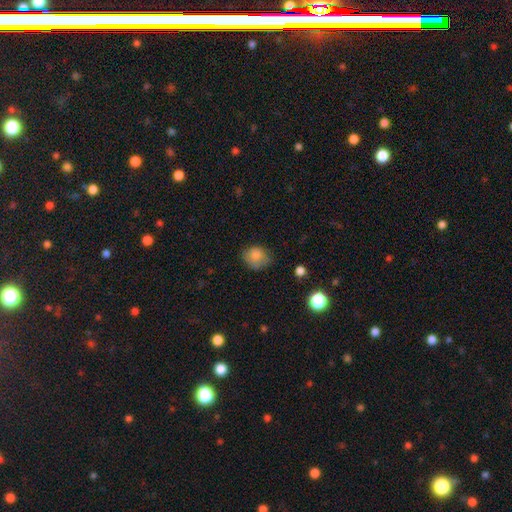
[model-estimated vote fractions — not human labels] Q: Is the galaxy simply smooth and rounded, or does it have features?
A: smooth — 81%.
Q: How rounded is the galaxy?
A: round — 61%.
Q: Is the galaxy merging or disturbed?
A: none — 58%.